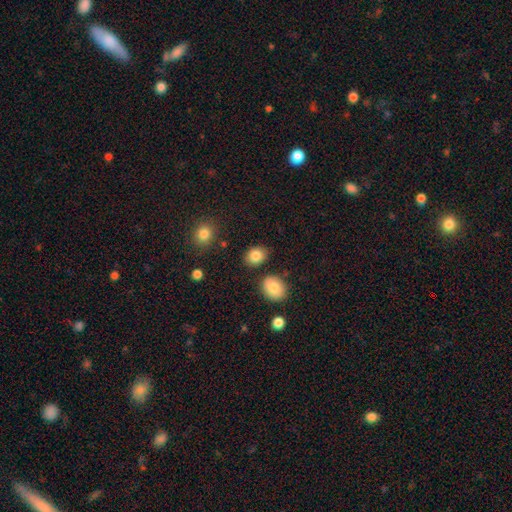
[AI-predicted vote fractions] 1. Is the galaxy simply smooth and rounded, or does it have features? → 85% smooth, 9% star or artifact, 6% featured or disk.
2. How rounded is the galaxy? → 59% in between, 40% round, 1% cigar-shaped.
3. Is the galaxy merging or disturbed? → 82% none, 10% minor disturbance, 5% merger, 3% major disturbance.